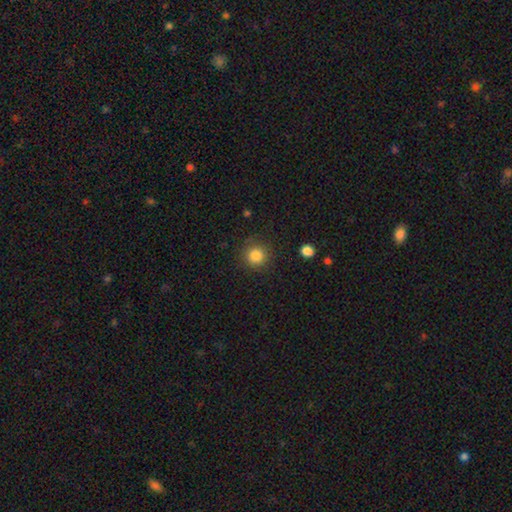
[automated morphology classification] This appears to be a smooth galaxy with no disk features (84%) that is round (93%). Merging: none (86%).